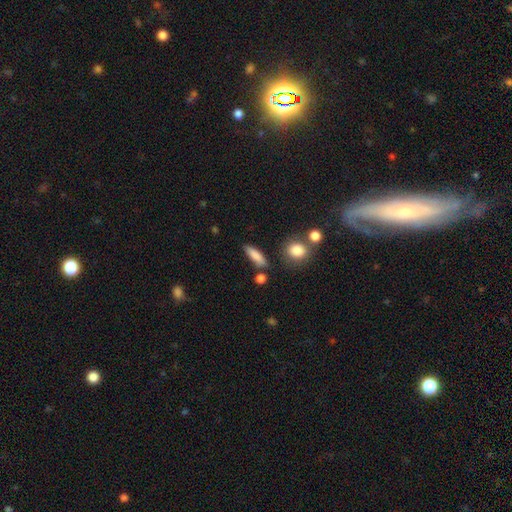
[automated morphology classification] Overall: smooth (82%). How rounded: cigar-shaped (58%; in between 37%). Merging: none (79%).